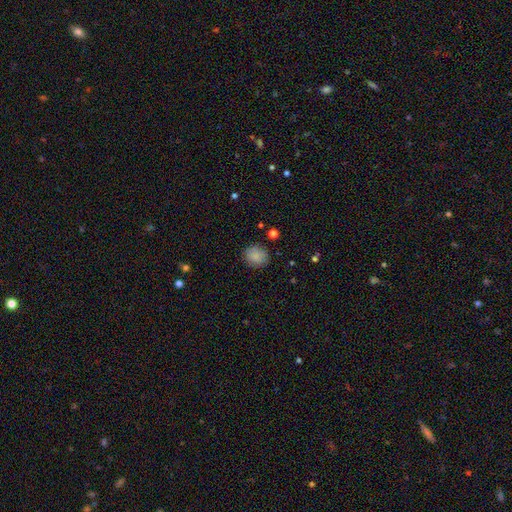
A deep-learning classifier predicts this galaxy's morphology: This is clearly a smooth galaxy (86%). How rounded: clearly round (80%). Merging: clearly none (85%).